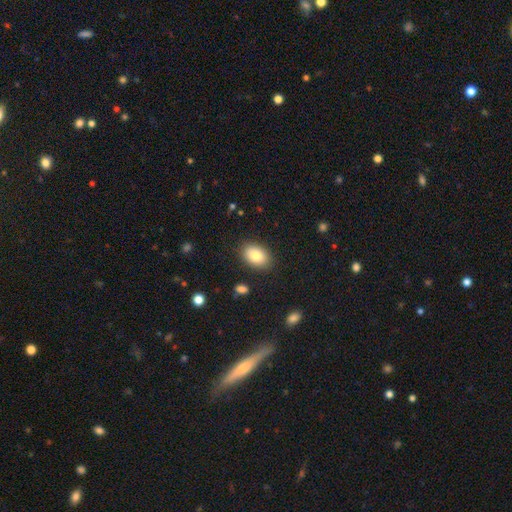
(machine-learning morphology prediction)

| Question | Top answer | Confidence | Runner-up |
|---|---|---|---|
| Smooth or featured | smooth | 82% | featured or disk (10%) |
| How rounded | in between | 82% | round (17%) |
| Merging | none | 87% | minor disturbance (9%) |